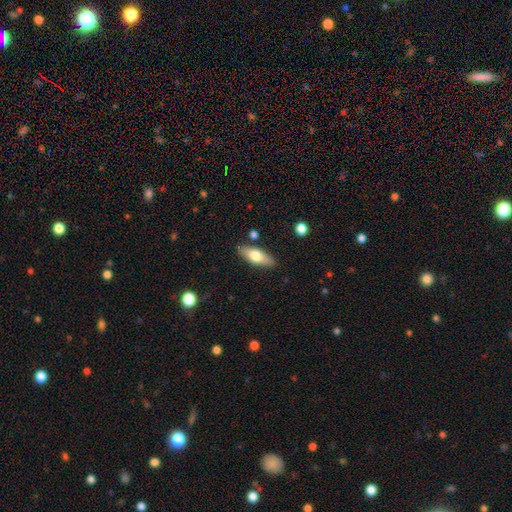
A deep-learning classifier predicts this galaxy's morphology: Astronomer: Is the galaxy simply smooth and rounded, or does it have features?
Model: smooth — 63%.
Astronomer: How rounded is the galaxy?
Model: in between — 69%.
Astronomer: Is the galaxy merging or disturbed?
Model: none — 84%.